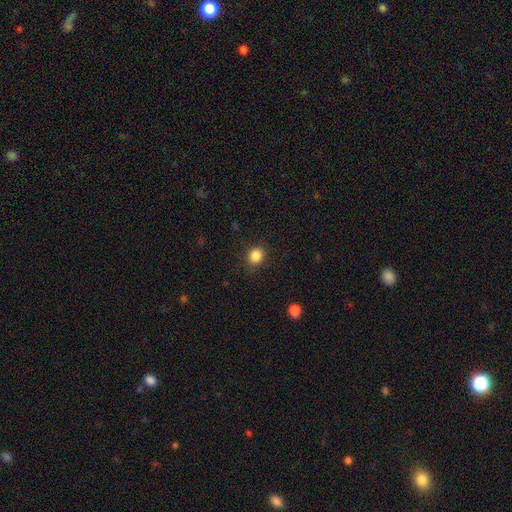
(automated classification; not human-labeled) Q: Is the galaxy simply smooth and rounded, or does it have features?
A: smooth — 86%.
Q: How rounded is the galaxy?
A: round — 72%.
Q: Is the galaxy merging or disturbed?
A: none — 89%.